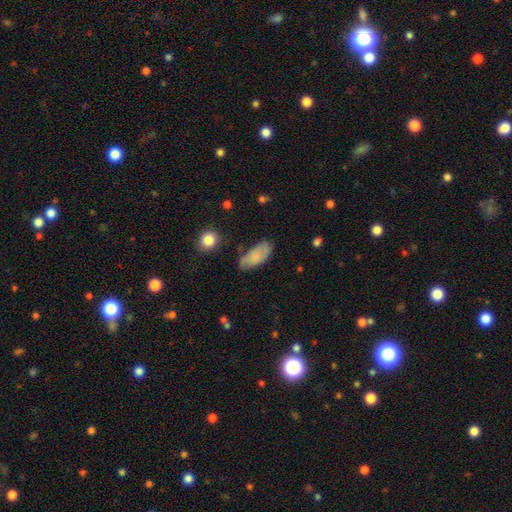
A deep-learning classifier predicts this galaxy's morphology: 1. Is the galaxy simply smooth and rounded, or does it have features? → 76% smooth, 17% featured or disk, 7% star or artifact.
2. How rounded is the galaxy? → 88% in between, 10% cigar-shaped, 2% round.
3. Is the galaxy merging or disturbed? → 70% none, 22% minor disturbance, 5% major disturbance, 3% merger.